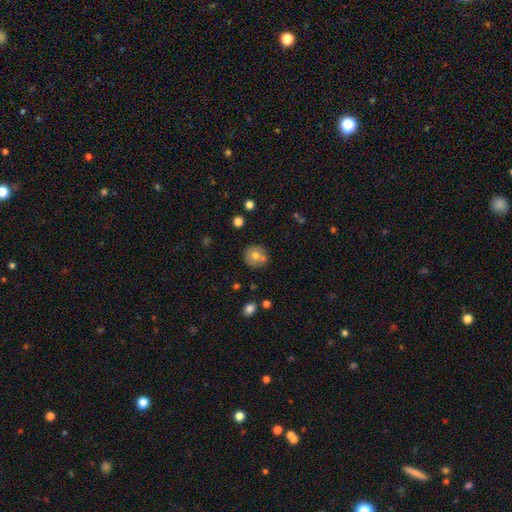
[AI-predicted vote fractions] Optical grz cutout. It shows a smooth galaxy with no disk features (70%) that is round (90%). Merging: none (69%).